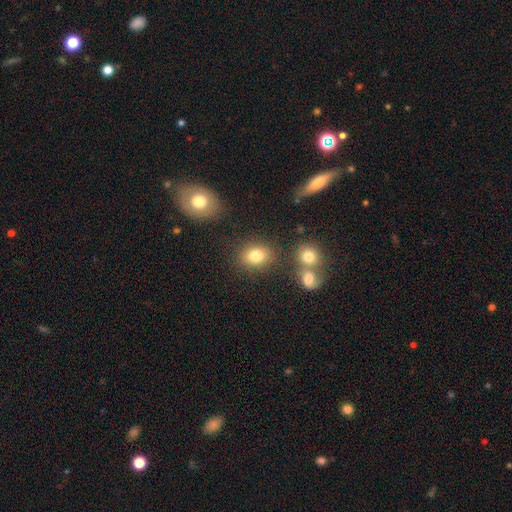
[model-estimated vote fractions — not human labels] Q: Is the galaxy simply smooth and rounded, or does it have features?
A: smooth — 80%.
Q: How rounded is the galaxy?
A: in between — 57%.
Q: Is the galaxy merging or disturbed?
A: none — 76%.